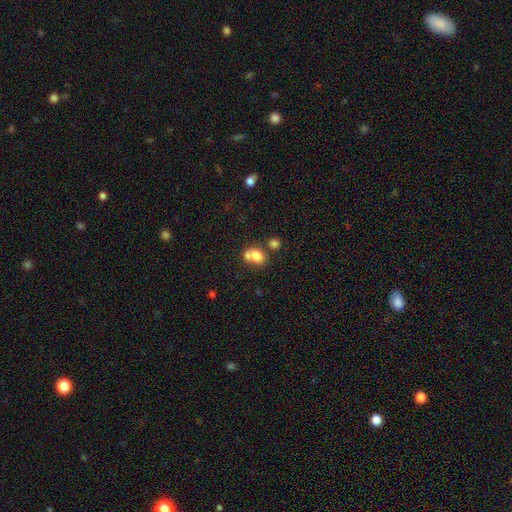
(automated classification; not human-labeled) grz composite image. It shows a smooth galaxy with no disk features (75%) that is round (52%). Merging: merger (53%).